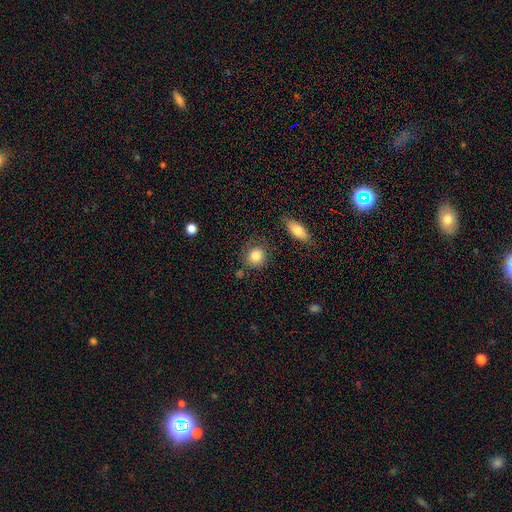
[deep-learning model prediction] The model was most divided on "merging": none: 73%, minor disturbance: 16%, merger: 6%, major disturbance: 5%. More confident: smooth or featured — smooth (84%); how rounded — round (79%).